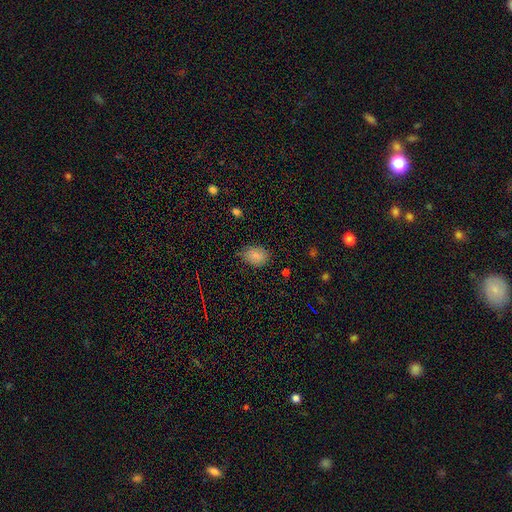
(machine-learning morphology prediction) Smooth or featured? smooth (82%)
How rounded? in between (72%)
Merging? none (75%)